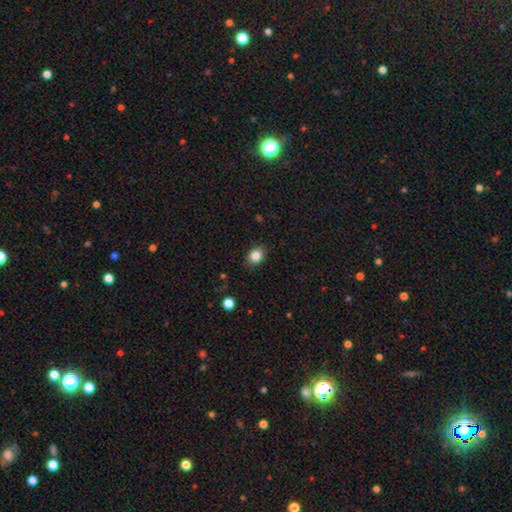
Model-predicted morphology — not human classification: Q: Smooth or featured?
A: smooth (84%); runner-up: star or artifact (10%)
Q: How rounded?
A: in between (57%); runner-up: round (42%)
Q: Merging?
A: none (86%); runner-up: minor disturbance (11%)